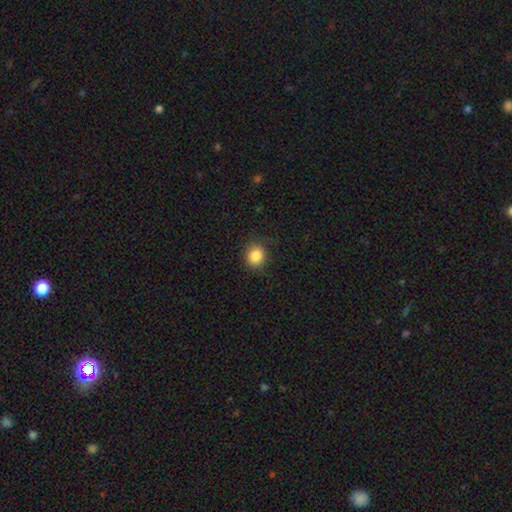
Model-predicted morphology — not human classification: smooth-or-featured: smooth: 86% | star or artifact: 10% | featured or disk: 4%
  how-rounded: round: 79% | in between: 20% | cigar-shaped: 1%
  merging: none: 85% | minor disturbance: 11% | major disturbance: 3% | merger: 1%